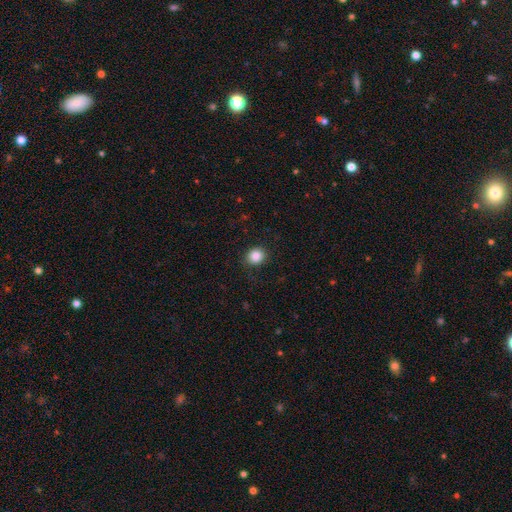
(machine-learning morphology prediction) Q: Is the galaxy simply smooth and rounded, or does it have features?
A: smooth — 85%.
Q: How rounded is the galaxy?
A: round — 78%.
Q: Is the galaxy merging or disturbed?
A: none — 87%.